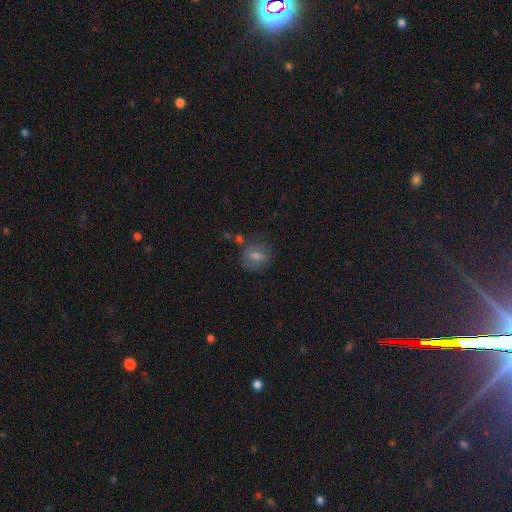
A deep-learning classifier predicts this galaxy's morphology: Smooth or featured: smooth — 71% (featured or disk — 19%)
How rounded: round — 57% (in between — 41%)
Merging: none — 68% (minor disturbance — 18%)